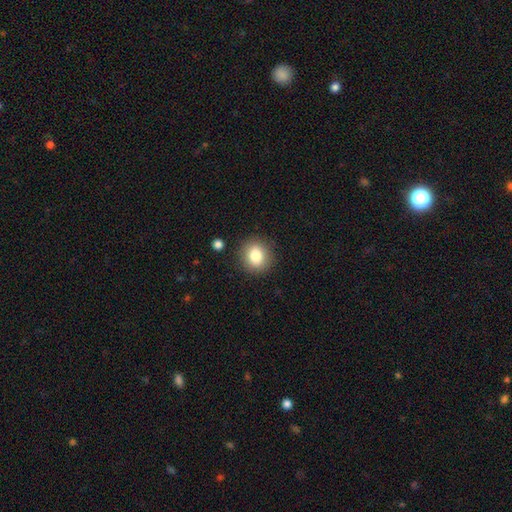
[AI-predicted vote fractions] Morphology: type=smooth (81%); roundness=round (81%); merging=none (88%).